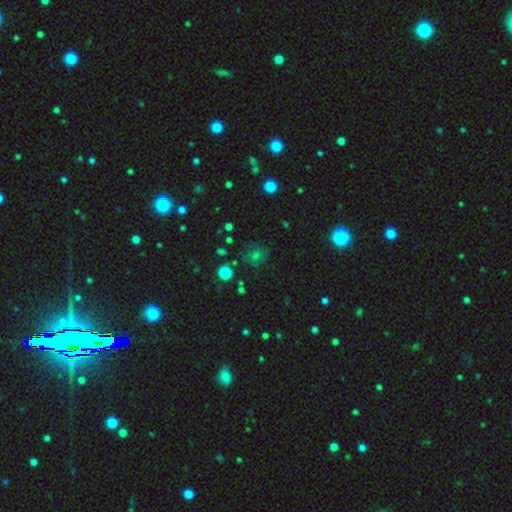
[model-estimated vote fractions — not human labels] Morphology: type=smooth (50%); merging=none (79%).